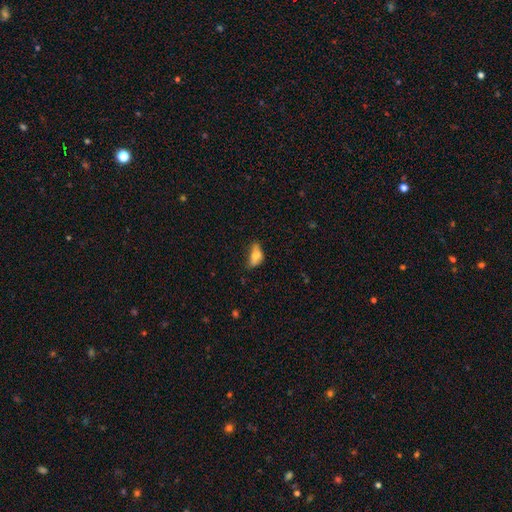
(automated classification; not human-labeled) smooth 67%, featured or disk 23%, star or artifact 10%. Down the decision tree: how rounded — in between (85%); merging — minor disturbance (34%).